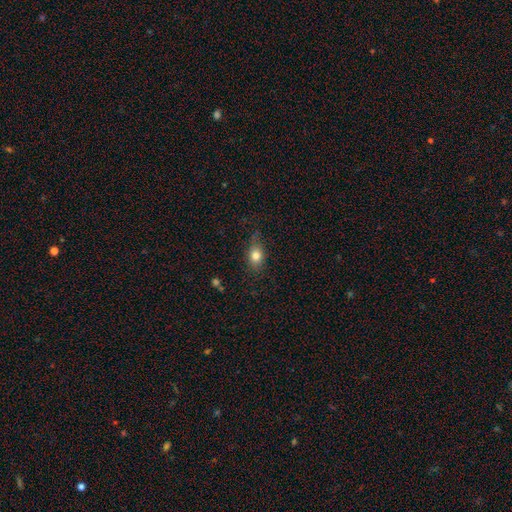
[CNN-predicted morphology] Q: Smooth or featured?
A: smooth (80%); runner-up: featured or disk (11%)
Q: How rounded?
A: in between (66%); runner-up: round (30%)
Q: Merging?
A: none (70%); runner-up: minor disturbance (22%)